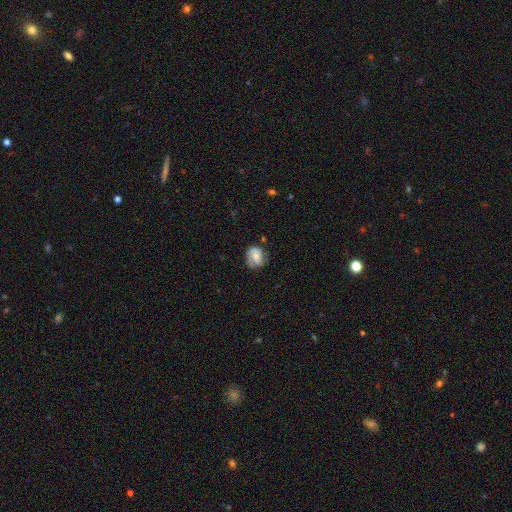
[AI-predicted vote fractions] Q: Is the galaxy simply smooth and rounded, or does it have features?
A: smooth — 56%.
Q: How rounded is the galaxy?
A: round — 61%.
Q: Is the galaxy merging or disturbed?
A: none — 61%.